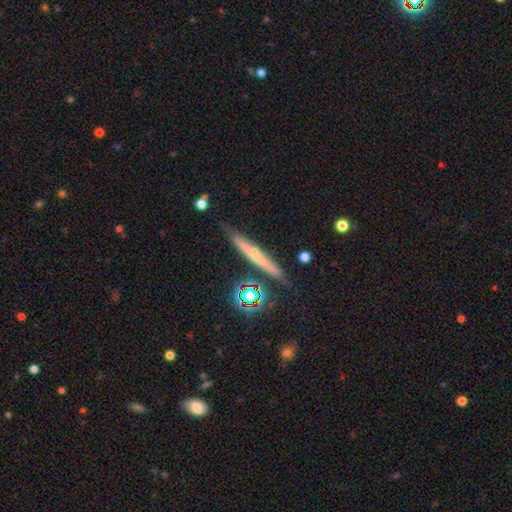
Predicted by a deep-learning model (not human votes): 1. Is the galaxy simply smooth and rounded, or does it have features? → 46% featured or disk, 41% smooth, 13% star or artifact.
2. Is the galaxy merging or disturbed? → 80% none, 13% minor disturbance, 4% merger, 3% major disturbance.